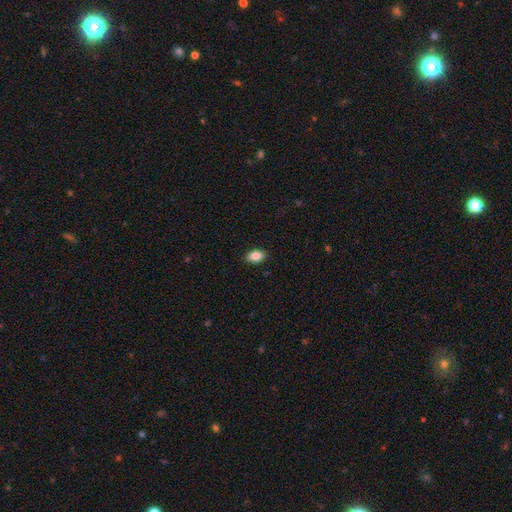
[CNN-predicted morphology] Smooth or featured: smooth — 86% (star or artifact — 8%)
How rounded: in between — 87% (round — 11%)
Merging: none — 89% (minor disturbance — 8%)